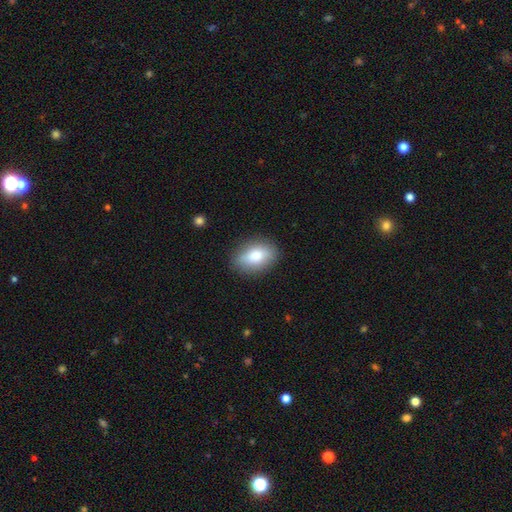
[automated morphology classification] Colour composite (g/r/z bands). It shows a smooth galaxy with no disk features (79%) that is in between round and cigar-shaped (85%). Merging: none (85%).